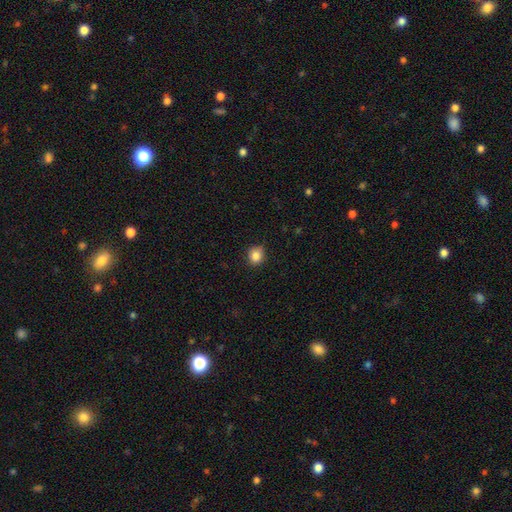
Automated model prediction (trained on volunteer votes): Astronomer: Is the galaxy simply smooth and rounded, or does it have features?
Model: smooth — 85%.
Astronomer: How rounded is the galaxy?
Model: round — 76%.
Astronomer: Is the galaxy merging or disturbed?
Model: none — 84%.